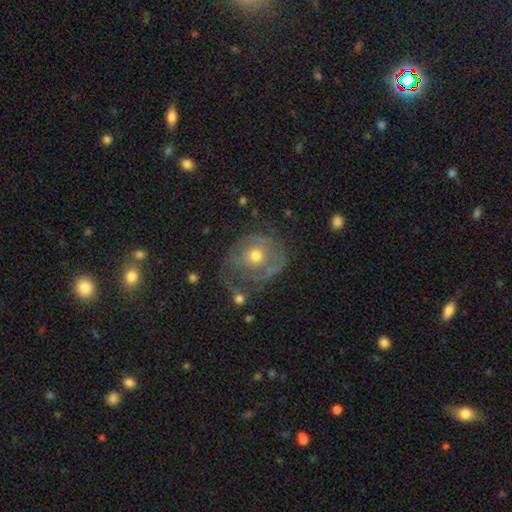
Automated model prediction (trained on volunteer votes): Smooth or featured?
  - featured or disk: 57% *
  - smooth: 34%
  - star or artifact: 9%
Edge-on disk?
  - no: 96% *
  - yes: 4%
Bar?
  - no: 86% *
  - weak: 12%
  - strong: 3%
Spiral arms?
  - no: 57% *
  - yes: 43%
Bulge size?
  - moderate: 69% *
  - small: 24%
  - large: 5%
  - none: 1%
  - dominant: 1%
Merging?
  - none: 41% *
  - major disturbance: 29%
  - minor disturbance: 24%
  - merger: 5%